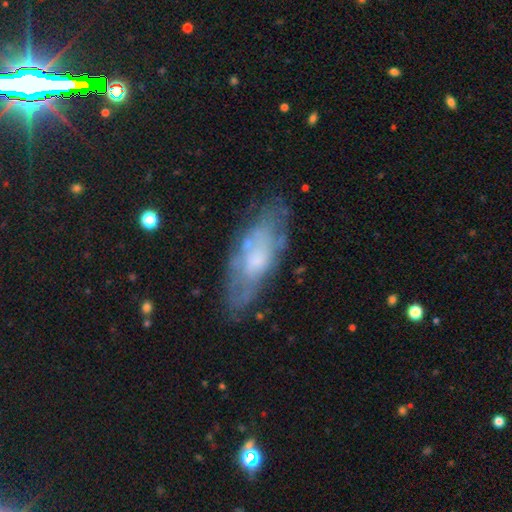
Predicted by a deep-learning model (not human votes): Smooth or featured? Predicted: featured or disk (p=0.53). Edge-on disk? Predicted: no (p=0.76). Merging? Predicted: none (p=0.70).